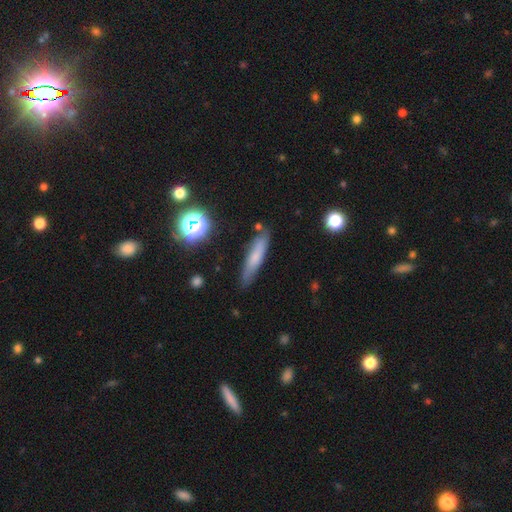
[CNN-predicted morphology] type=smooth (66%); roundness=cigar-shaped (83%); merging=none (80%).